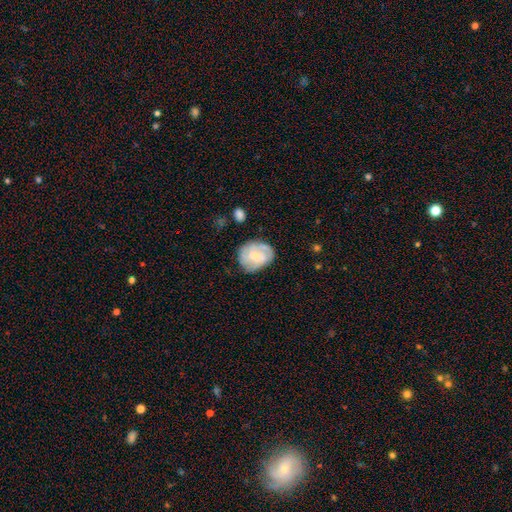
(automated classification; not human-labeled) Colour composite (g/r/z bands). It shows a featured or disk galaxy (53%) with no bar (66%), spiral arms (69%) and a small central bulge (57%). Merging: none (66%).